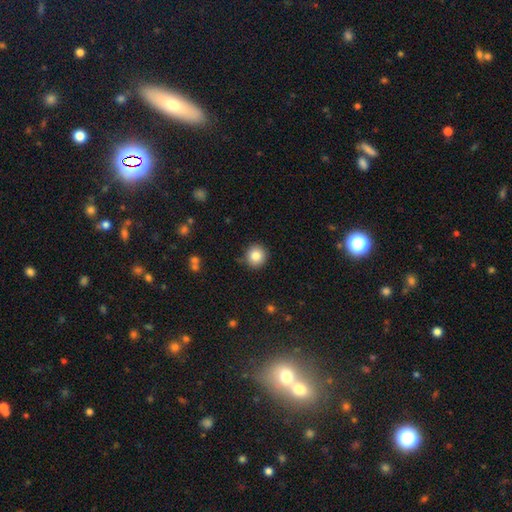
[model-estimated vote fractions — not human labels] Overall: smooth (84%). How rounded: round (94%). Merging: none (88%).